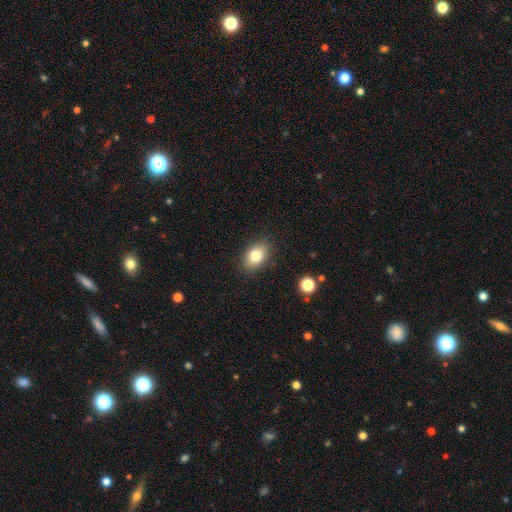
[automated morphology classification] Smooth or featured? Predicted: smooth (p=0.81). How rounded? Predicted: in between (p=0.81). Merging? Predicted: none (p=0.86).